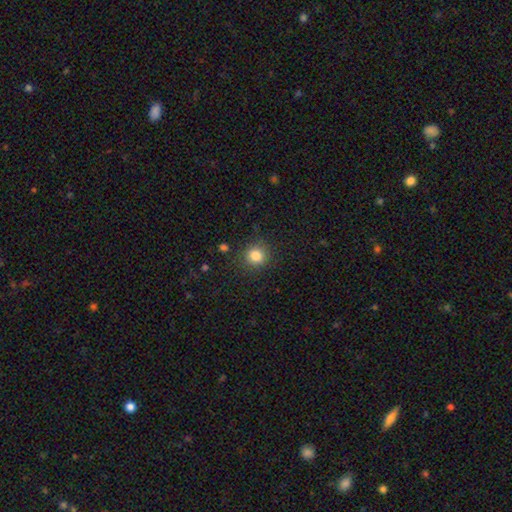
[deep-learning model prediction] Overall: smooth (84%). How rounded: round (86%). Merging: none (86%).